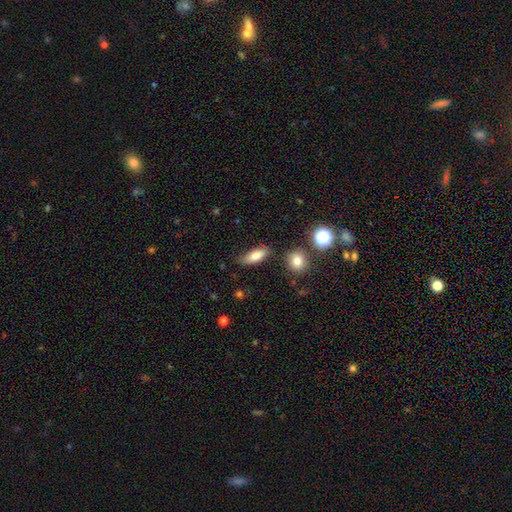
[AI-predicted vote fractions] A smooth galaxy with no disk features (80%) that is in between round and cigar-shaped (75%). Merging: none (74%).